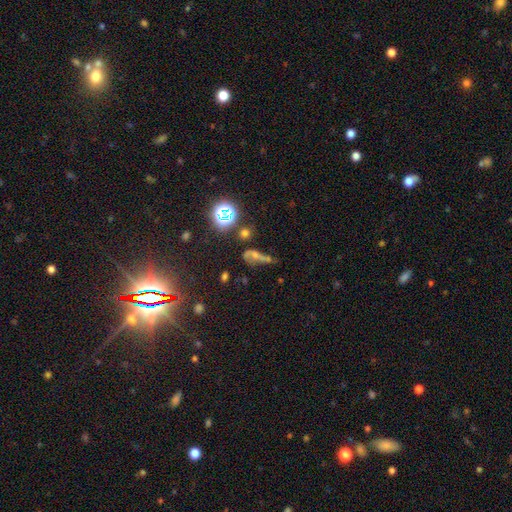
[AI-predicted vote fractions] Q: Smooth or featured?
A: featured or disk (37%); runner-up: smooth (33%)
Q: Merging?
A: none (33%); runner-up: major disturbance (27%)